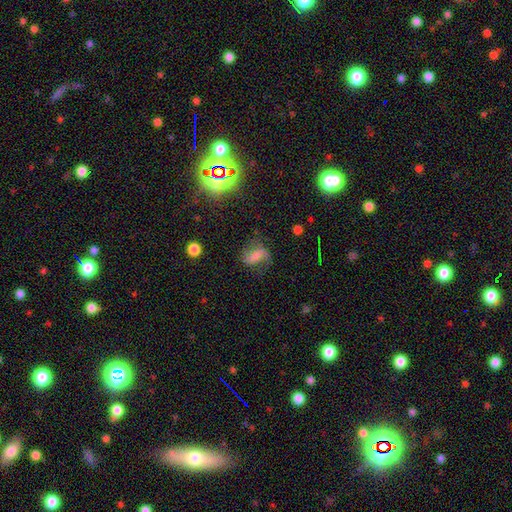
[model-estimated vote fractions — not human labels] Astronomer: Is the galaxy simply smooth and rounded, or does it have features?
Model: featured or disk — 51% (runner-up: smooth, 31%).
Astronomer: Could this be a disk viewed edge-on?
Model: no — 93%.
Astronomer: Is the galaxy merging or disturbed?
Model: none — 65%.